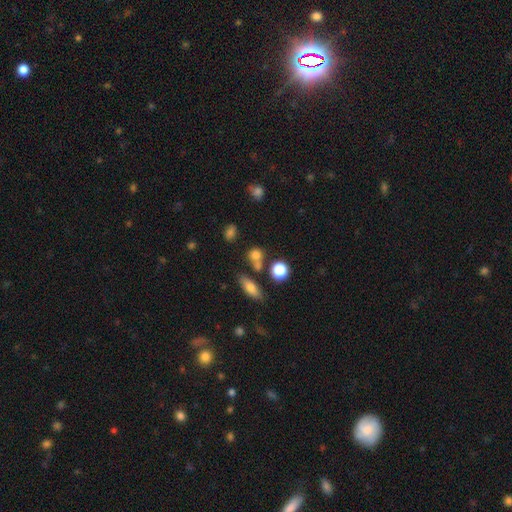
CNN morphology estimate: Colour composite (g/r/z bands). It shows a smooth galaxy with no disk features (76%) that is round (69%). Merging: none (57%).